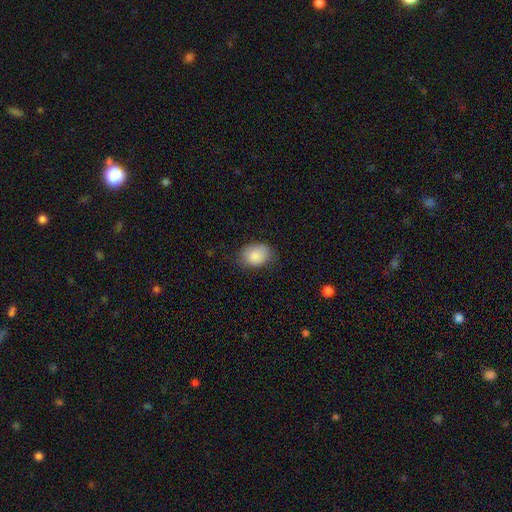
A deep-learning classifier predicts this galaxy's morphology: type=smooth (87%); roundness=in between (69%); merging=none (71%).